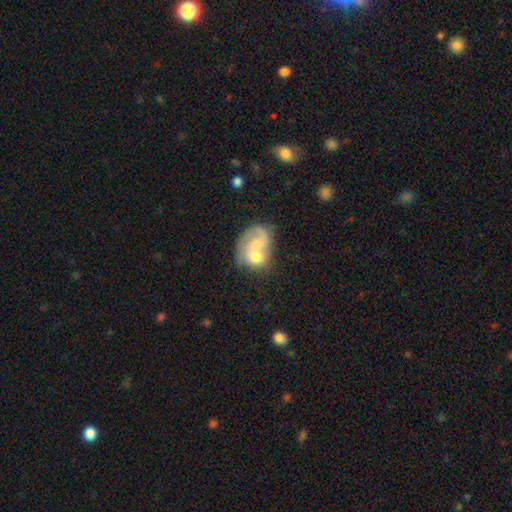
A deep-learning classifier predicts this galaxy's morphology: Smooth or featured? Predicted: featured or disk (p=0.56). Edge-on disk? Predicted: no (p=0.97). Bar? Predicted: no (p=0.69). Spiral arms? Predicted: yes (p=0.71). Bulge size? Predicted: moderate (p=0.46). Merging? Predicted: merger (p=0.60).